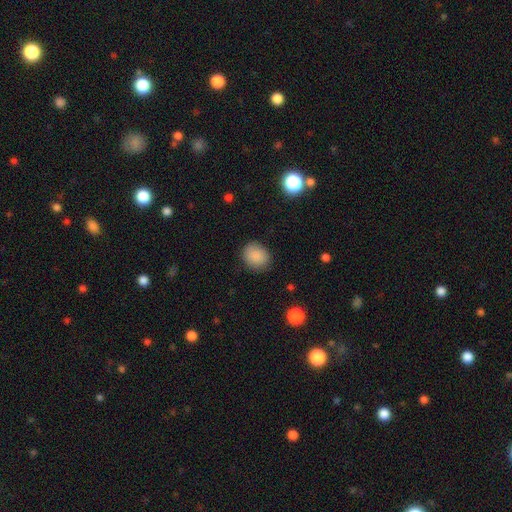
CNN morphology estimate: Q: Smooth or featured?
A: smooth (87%); runner-up: star or artifact (9%)
Q: How rounded?
A: round (65%); runner-up: in between (34%)
Q: Merging?
A: none (84%); runner-up: minor disturbance (12%)